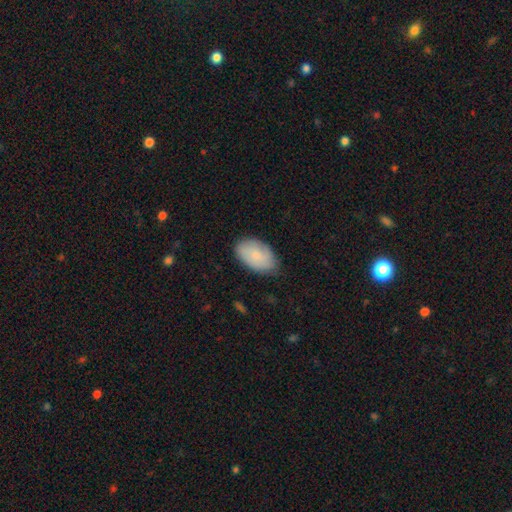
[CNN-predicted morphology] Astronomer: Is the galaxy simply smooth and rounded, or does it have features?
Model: smooth — 77%.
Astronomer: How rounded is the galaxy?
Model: in between — 93%.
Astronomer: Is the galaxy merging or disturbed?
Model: none — 75%.